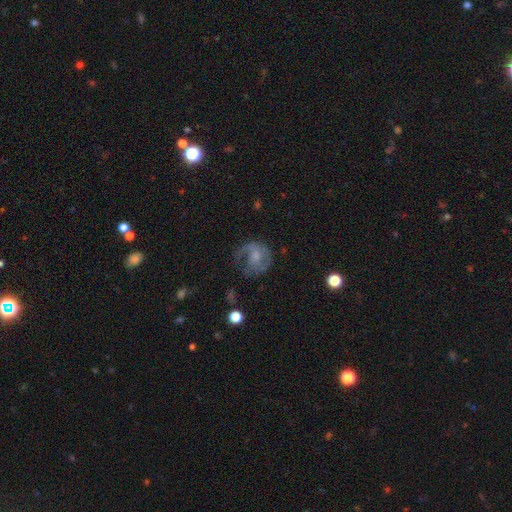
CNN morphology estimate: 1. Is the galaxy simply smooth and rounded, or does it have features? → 61% featured or disk, 31% smooth, 8% star or artifact.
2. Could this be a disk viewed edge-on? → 98% no, 2% yes.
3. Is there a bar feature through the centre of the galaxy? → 64% no, 31% weak, 5% strong.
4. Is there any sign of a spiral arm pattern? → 79% yes, 21% no.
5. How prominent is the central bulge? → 43% small, 35% moderate, 15% none, 5% large, 1% dominant.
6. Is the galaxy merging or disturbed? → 45% none, 30% major disturbance, 23% minor disturbance, 2% merger.